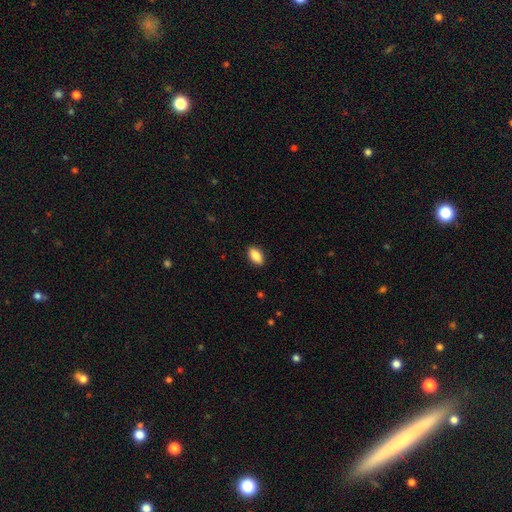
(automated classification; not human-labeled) This is clearly a smooth galaxy (87%). How rounded: clearly in between (90%). Merging: clearly none (89%).